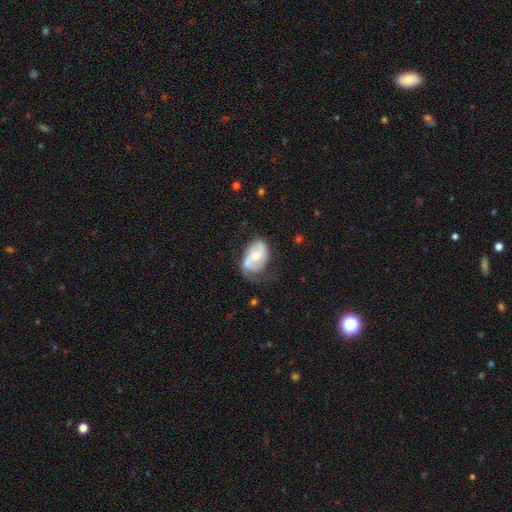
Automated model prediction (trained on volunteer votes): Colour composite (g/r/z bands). It shows a featured or disk galaxy (62%) with no bar (64%), spiral arms (74%) and a moderate central bulge (69%). Merging: none (50%).